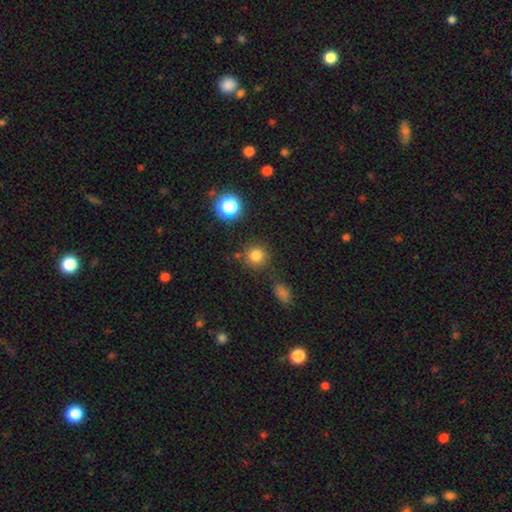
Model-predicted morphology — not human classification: This is likely a smooth galaxy (80%). How rounded: clearly round (91%). Merging: clearly none (82%).